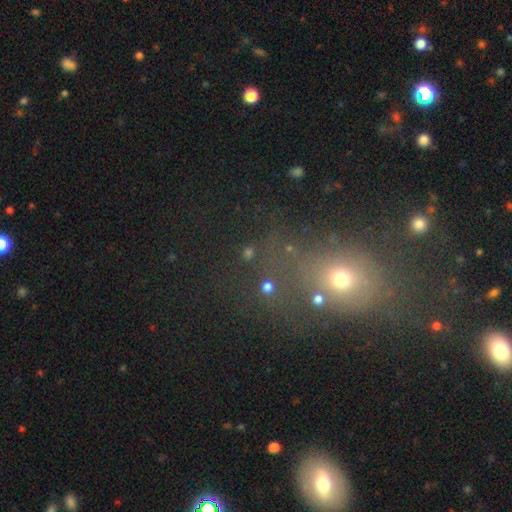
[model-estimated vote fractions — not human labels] Smooth or featured? star or artifact (44%)